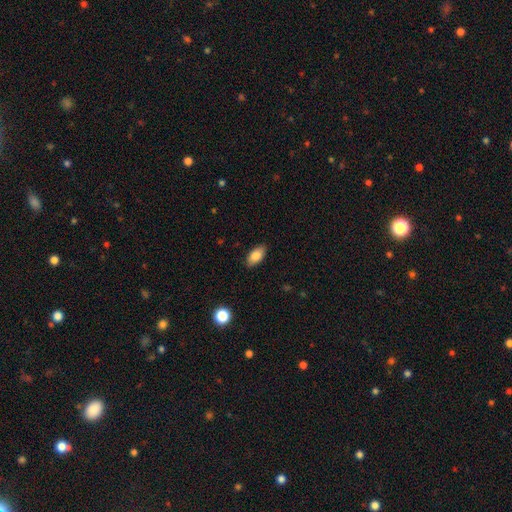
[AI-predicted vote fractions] A smooth galaxy with no disk features (85%) that is in between round and cigar-shaped (91%). Merging: none (87%).